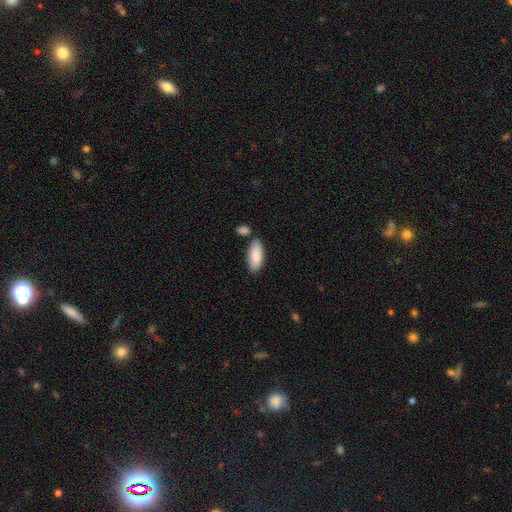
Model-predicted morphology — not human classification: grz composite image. It shows a smooth galaxy with no disk features (87%) that is in between round and cigar-shaped (88%). Merging: none (73%).